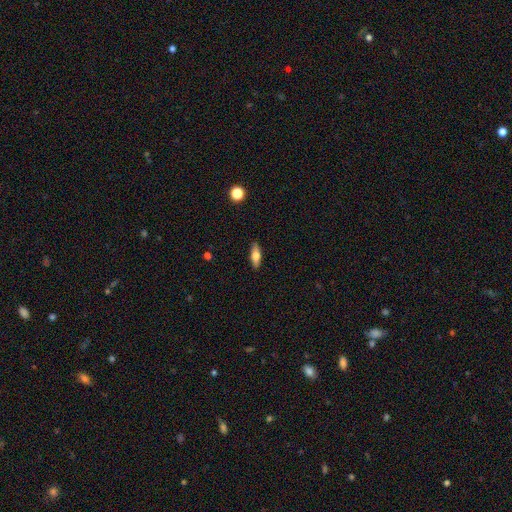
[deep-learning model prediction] Smooth or featured: smooth — 65% (featured or disk — 28%)
How rounded: in between — 62% (cigar-shaped — 35%)
Merging: none — 88% (minor disturbance — 9%)